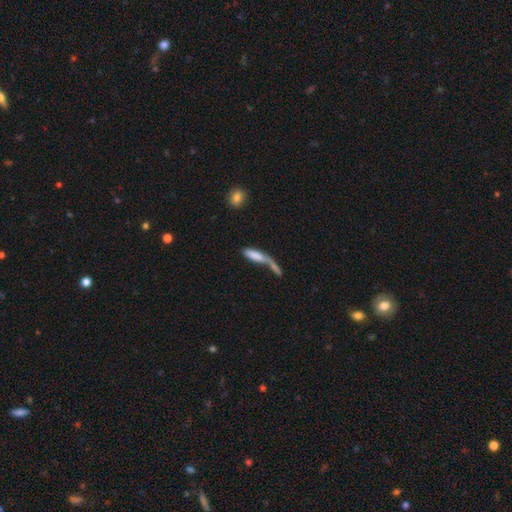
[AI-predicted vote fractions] Smooth or featured?
  - smooth: 71% *
  - featured or disk: 22%
  - star or artifact: 8%
How rounded?
  - cigar-shaped: 58% *
  - in between: 39%
  - round: 3%
Merging?
  - merger: 41% *
  - none: 24%
  - major disturbance: 22%
  - minor disturbance: 13%